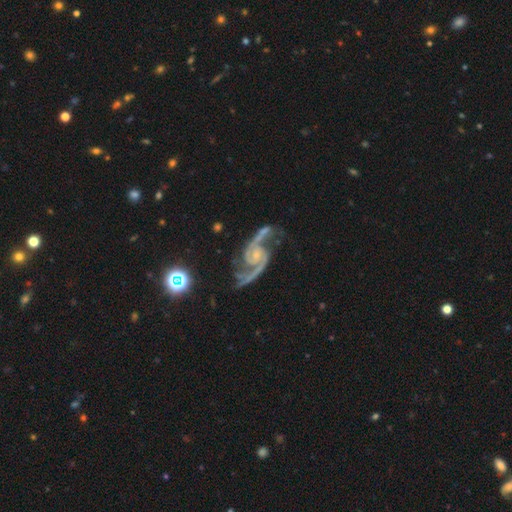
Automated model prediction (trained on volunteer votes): A featured or disk galaxy (92%) with no bar (55%), 2 (92%) medium (56%) spiral arms (98%) and a small central bulge (64%).

Vote fractions:
- Smooth or featured? featured or disk: 92% / star or artifact: 6% / smooth: 3%
- Edge-on disk? no: 98% / yes: 2%
- Bar? no: 55% / weak: 35% / strong: 11%
- Spiral arms? yes: 98% / no: 2%
- Spiral winding? medium: 56% / loose: 30% / tight: 13%
- Spiral arm count? 2: 92% / 3: 2% / can't tell: 2% / 1: 1% / 4: 1% / more than 4: 1%
- Bulge size? small: 64% / moderate: 18% / none: 16% / large: 2% / dominant: 1%
- Merging? none: 61% / minor disturbance: 20% / major disturbance: 13% / merger: 7%